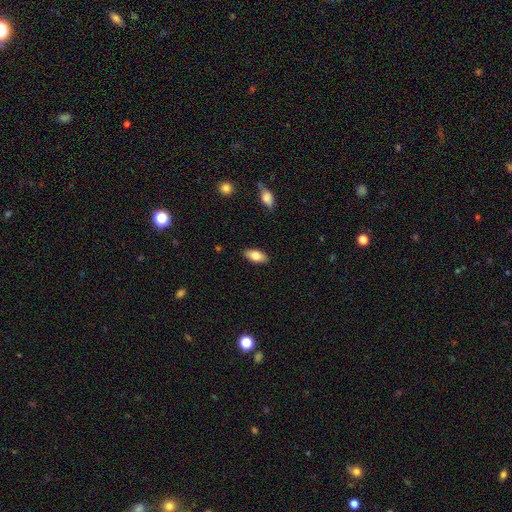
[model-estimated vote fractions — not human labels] This appears to be a smooth galaxy with no disk features (79%) that is in between round and cigar-shaped (90%). Merging: none (88%).